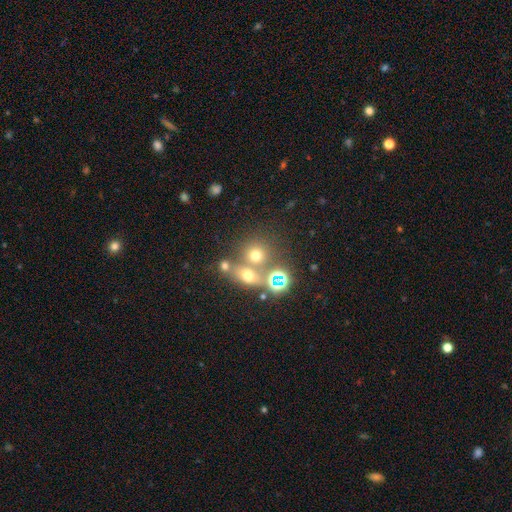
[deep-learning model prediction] smooth-or-featured: smooth: 61% | star or artifact: 26% | featured or disk: 13%
  how-rounded: round: 82% | in between: 17% | cigar-shaped: 2%
  merging: none: 56% | merger: 32% | minor disturbance: 8% | major disturbance: 5%